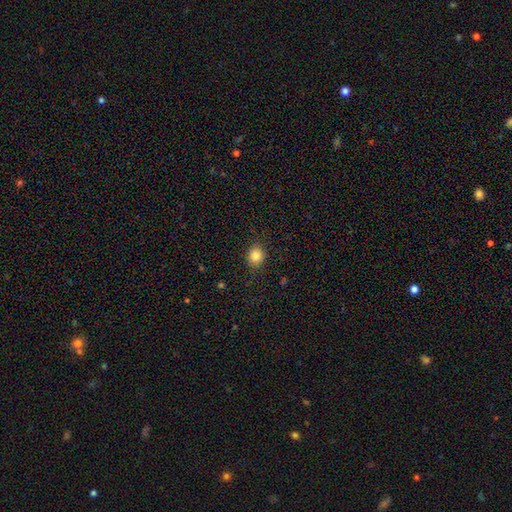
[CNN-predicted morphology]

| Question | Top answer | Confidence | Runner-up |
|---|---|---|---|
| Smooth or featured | smooth | 84% | star or artifact (10%) |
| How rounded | round | 72% | in between (27%) |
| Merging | none | 87% | minor disturbance (9%) |